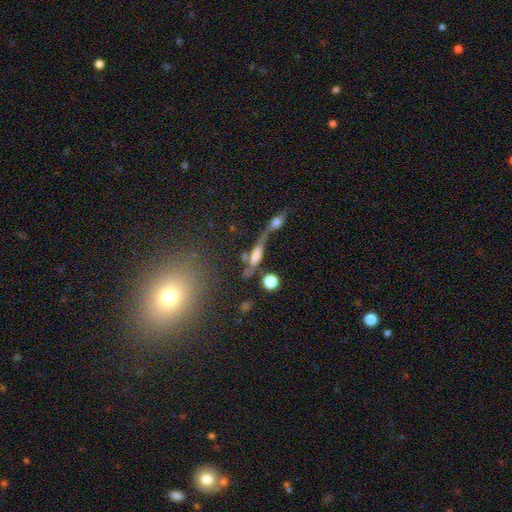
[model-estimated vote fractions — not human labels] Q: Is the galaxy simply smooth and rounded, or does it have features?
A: smooth — 47%.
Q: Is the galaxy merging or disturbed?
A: merger — 43%.